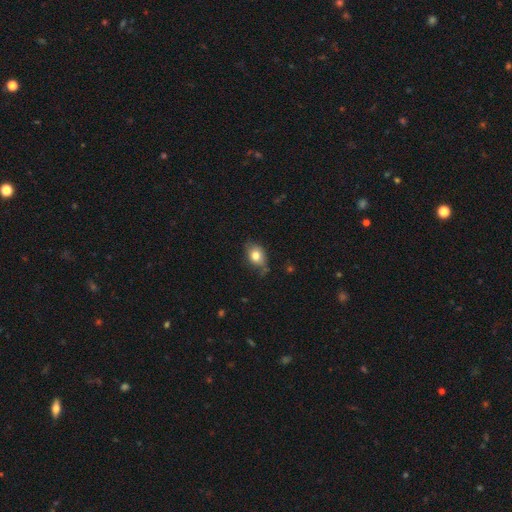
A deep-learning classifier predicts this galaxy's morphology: smooth 78%, featured or disk 14%, star or artifact 8%. Down the decision tree: how rounded — in between (76%); merging — none (59%).